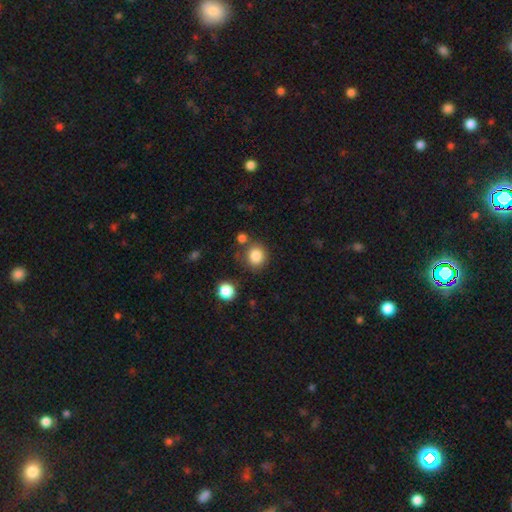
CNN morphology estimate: smooth 84%, star or artifact 11%, featured or disk 5%. Down the decision tree: how rounded — round (84%); merging — none (75%).